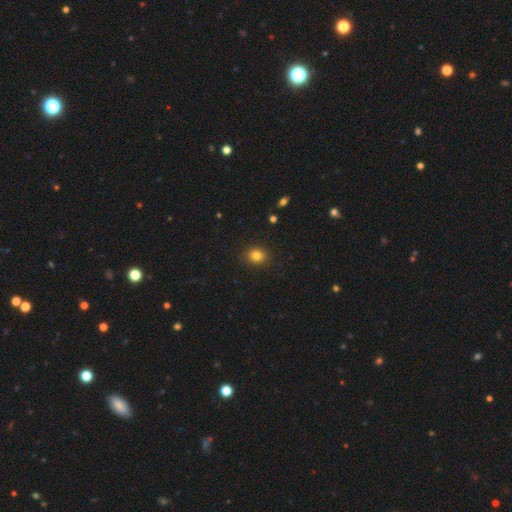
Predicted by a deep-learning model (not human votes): The model was most divided on "how rounded": round: 67%, in between: 32%, cigar-shaped: 1%. More confident: merging — none (90%); smooth or featured — smooth (83%).